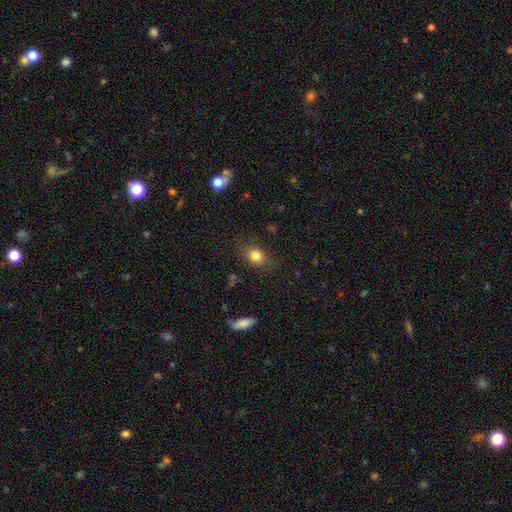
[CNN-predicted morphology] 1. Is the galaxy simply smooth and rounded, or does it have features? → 81% smooth, 11% star or artifact, 7% featured or disk.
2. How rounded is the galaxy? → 50% round, 48% in between, 2% cigar-shaped.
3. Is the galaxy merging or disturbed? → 80% none, 14% minor disturbance, 4% major disturbance, 1% merger.